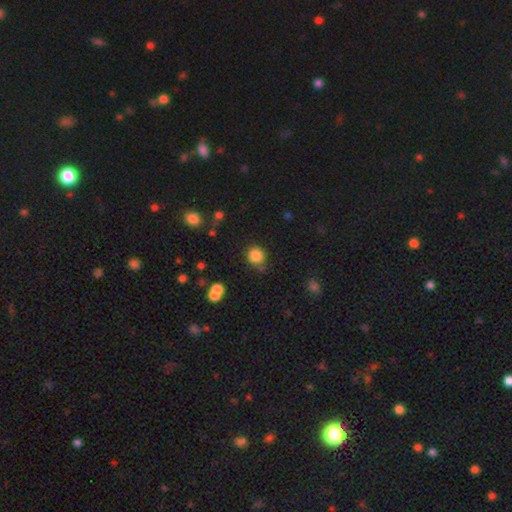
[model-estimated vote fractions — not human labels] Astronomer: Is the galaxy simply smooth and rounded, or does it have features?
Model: smooth — 84%.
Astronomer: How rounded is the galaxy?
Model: round — 87%.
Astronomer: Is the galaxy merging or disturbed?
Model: none — 77%.